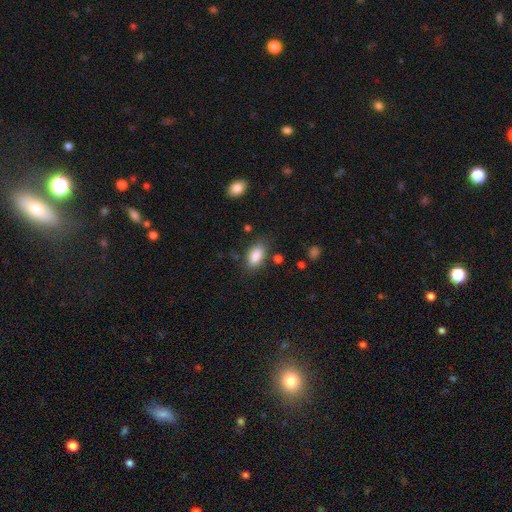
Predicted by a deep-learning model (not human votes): Smooth or featured?
  - smooth: 87% *
  - star or artifact: 7%
  - featured or disk: 6%
How rounded?
  - in between: 92% *
  - round: 5%
  - cigar-shaped: 3%
Merging?
  - none: 78% *
  - minor disturbance: 15%
  - major disturbance: 4%
  - merger: 3%